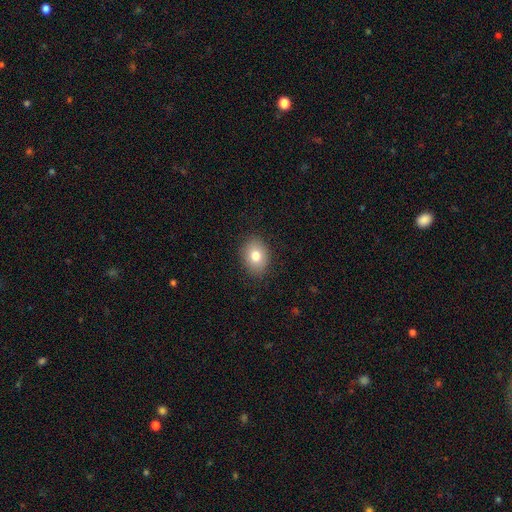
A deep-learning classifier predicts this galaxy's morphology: Overall: smooth (79%). How rounded: in between (63%; round 36%). Merging: none (87%).